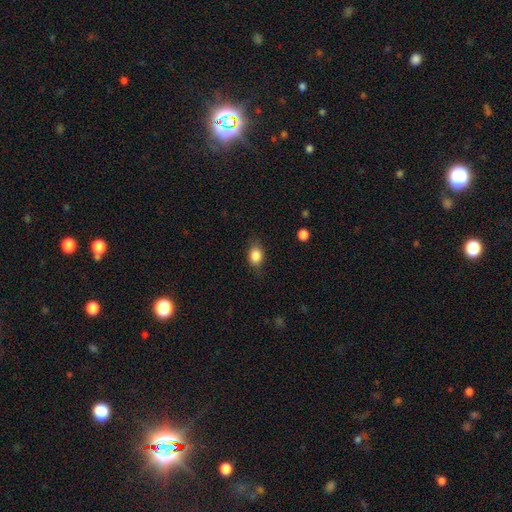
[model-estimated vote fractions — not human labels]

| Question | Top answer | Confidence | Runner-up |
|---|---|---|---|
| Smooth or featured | smooth | 84% | star or artifact (9%) |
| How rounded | in between | 67% | round (30%) |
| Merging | none | 77% | minor disturbance (17%) |